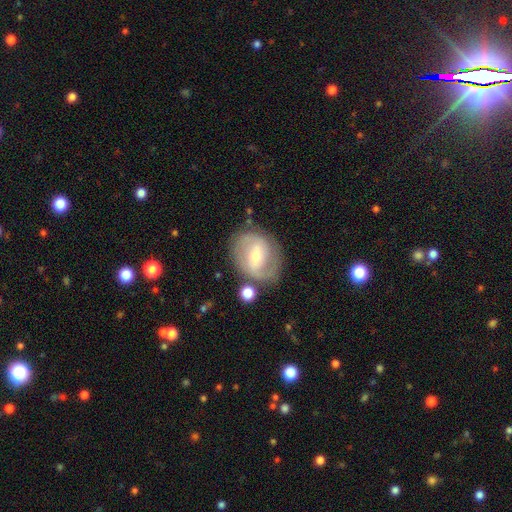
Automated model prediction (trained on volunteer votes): Q: Smooth or featured?
A: featured or disk (71%); runner-up: smooth (22%)
Q: Edge-on disk?
A: no (96%); runner-up: yes (4%)
Q: Bar?
A: weak (44%); runner-up: strong (35%)
Q: Spiral arms?
A: yes (81%); runner-up: no (19%)
Q: Spiral winding?
A: medium (45%); runner-up: tight (30%)
Q: Spiral arm count?
A: 2 (79%); runner-up: can't tell (13%)
Q: Bulge size?
A: small (51%); runner-up: moderate (44%)
Q: Merging?
A: none (72%); runner-up: minor disturbance (16%)